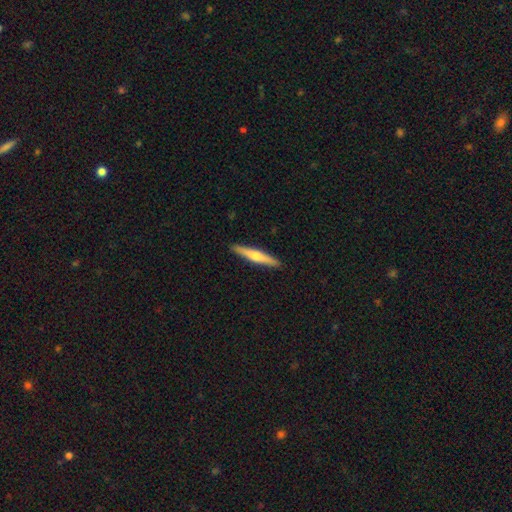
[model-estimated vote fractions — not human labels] smooth_or_featured: featured or disk (p=0.49) [alt: smooth p=0.45]
merging: none (p=0.92) [alt: minor disturbance p=0.06]